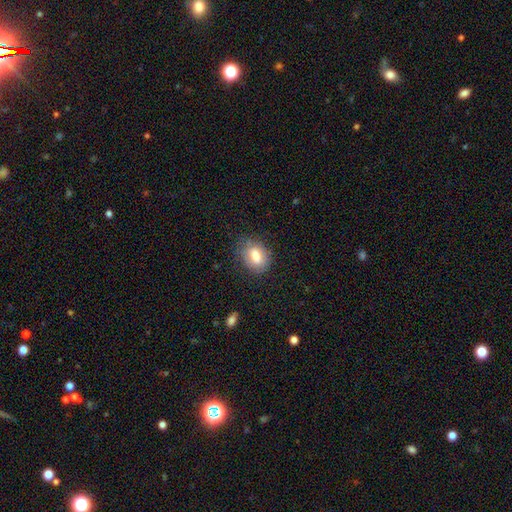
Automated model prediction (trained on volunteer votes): Smooth or featured?
  - smooth: 75% *
  - featured or disk: 16%
  - star or artifact: 9%
How rounded?
  - in between: 68% *
  - round: 30%
  - cigar-shaped: 2%
Merging?
  - none: 75% *
  - minor disturbance: 18%
  - major disturbance: 5%
  - merger: 2%